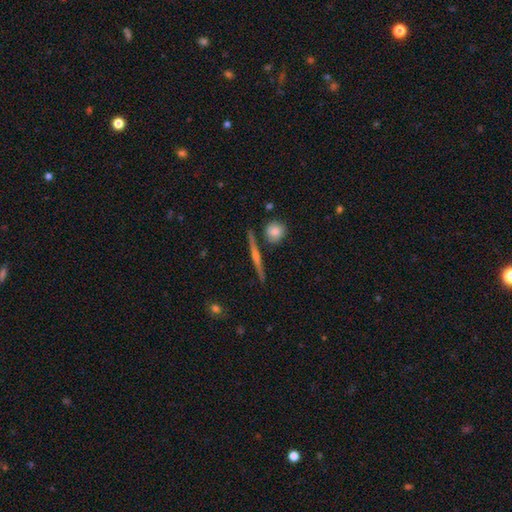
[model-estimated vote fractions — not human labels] This is likely a featured or disk galaxy (74%). It is clearly viewed edge-on (98%). Edge-on bulge: likely rounded (71%). Merging: clearly none (87%).